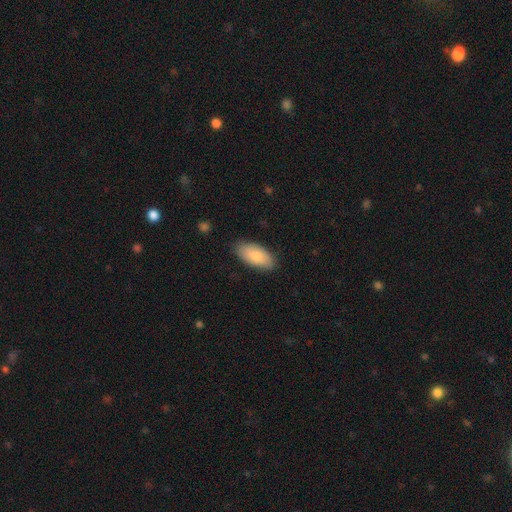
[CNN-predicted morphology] A smooth galaxy with no disk features (85%) that is in between round and cigar-shaped (92%). Merging: none (85%).